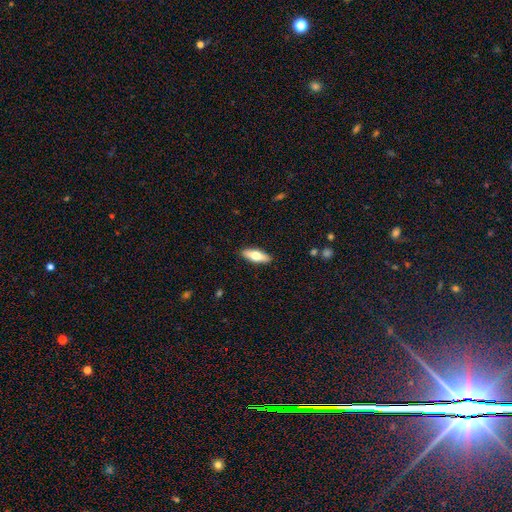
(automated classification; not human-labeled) A smooth galaxy with no disk features (63%) that is in between round and cigar-shaped (62%). Merging: none (90%).